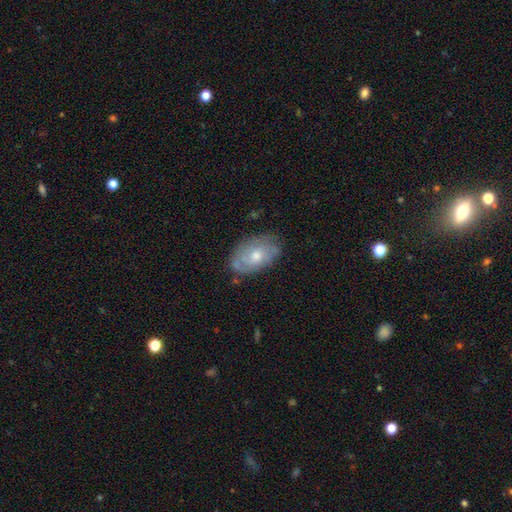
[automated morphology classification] This is likely a featured or disk galaxy (64%). It is clearly not viewed edge-on (94%). Bar: likely no (78%). Spiral arm pattern: likely yes (76%). Central bulge: likely moderate (68%). Merging: likely none (74%).